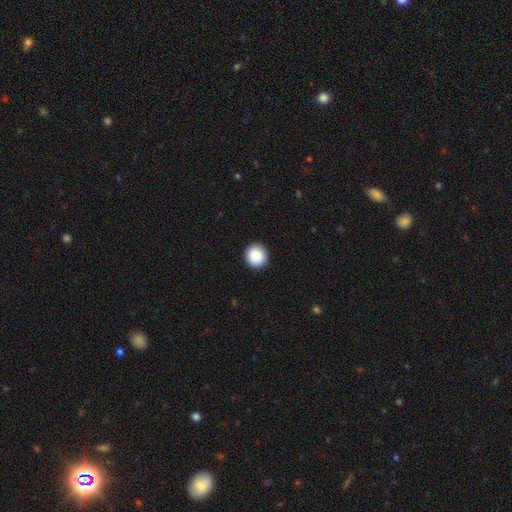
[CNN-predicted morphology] This appears to be a smooth galaxy with no disk features (88%) that is round (92%). Merging: none (92%).